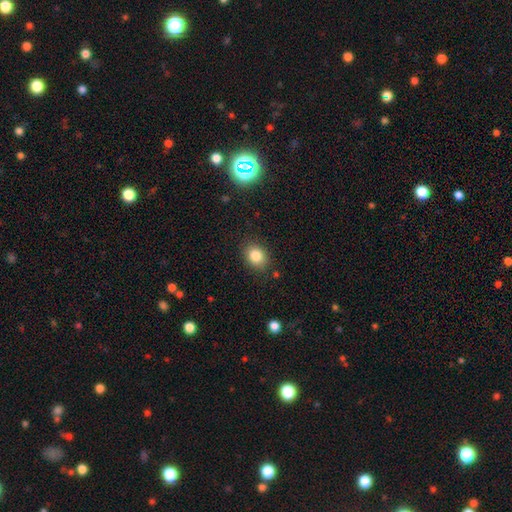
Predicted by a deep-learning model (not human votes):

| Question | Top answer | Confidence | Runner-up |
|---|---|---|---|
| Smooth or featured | smooth | 84% | star or artifact (10%) |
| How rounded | in between | 50% | round (49%) |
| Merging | none | 85% | minor disturbance (11%) |